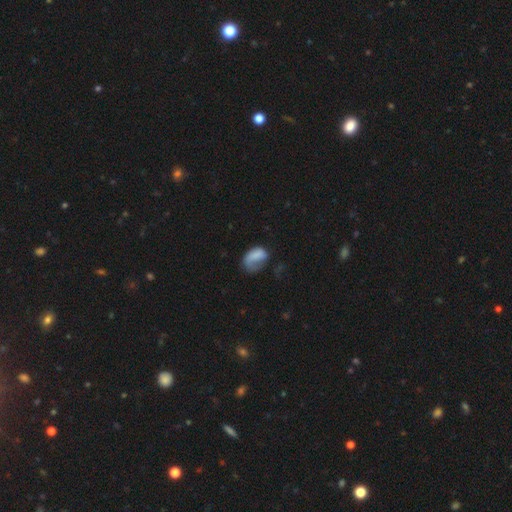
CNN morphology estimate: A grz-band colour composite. It shows a smooth galaxy with no disk features (67%) that is in between round and cigar-shaped (83%). Merging: major disturbance (45%).